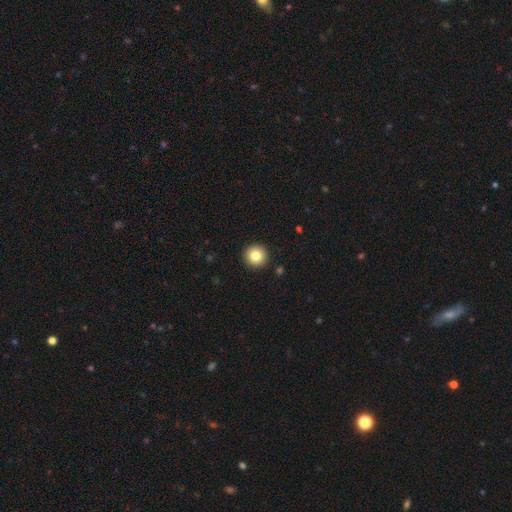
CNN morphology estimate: smooth 81%, star or artifact 10%, featured or disk 9%. Down the decision tree: how rounded — round (96%); merging — none (93%).